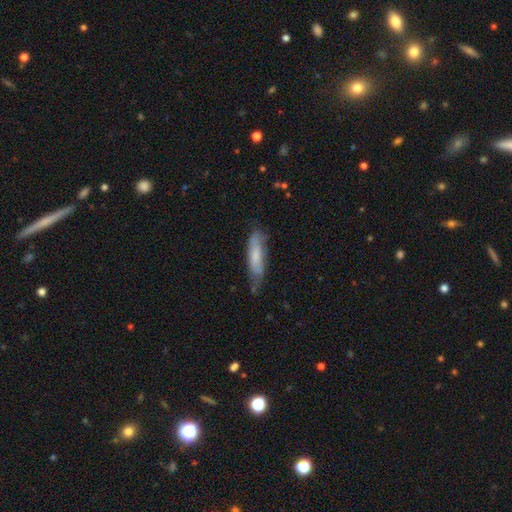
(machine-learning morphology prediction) Smooth or featured? smooth (66%)
How rounded? cigar-shaped (66%)
Merging? none (61%)